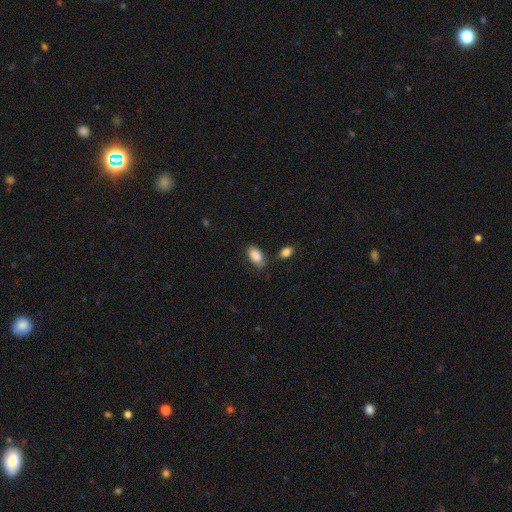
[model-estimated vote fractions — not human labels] Smooth or featured? smooth (88%)
How rounded? in between (93%)
Merging? none (69%)